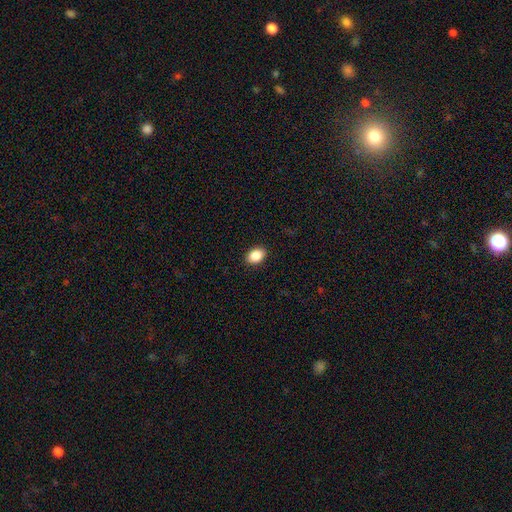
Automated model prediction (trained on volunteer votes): Smooth or featured? smooth (88%)
How rounded? in between (76%)
Merging? none (90%)